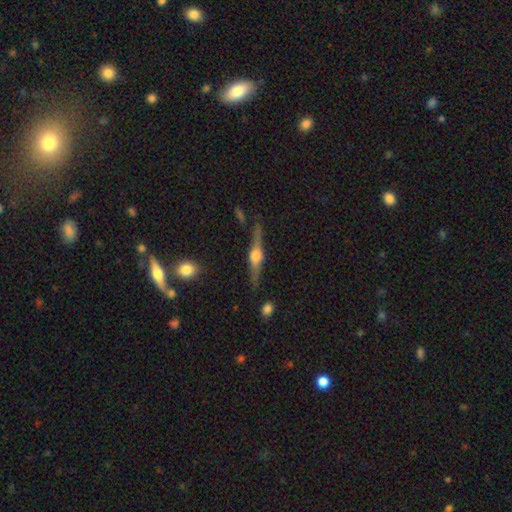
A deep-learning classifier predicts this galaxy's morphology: A featured or disk galaxy (82%) viewed edge-on (98%) with a rounded central bulge (92%).

Vote fractions:
- Smooth or featured? featured or disk: 82% / smooth: 12% / star or artifact: 6%
- Edge-on disk? yes: 98% / no: 2%
- Edge-on bulge? rounded: 92% / boxy: 6% / none: 2%
- Merging? none: 86% / minor disturbance: 10% / major disturbance: 2% / merger: 2%